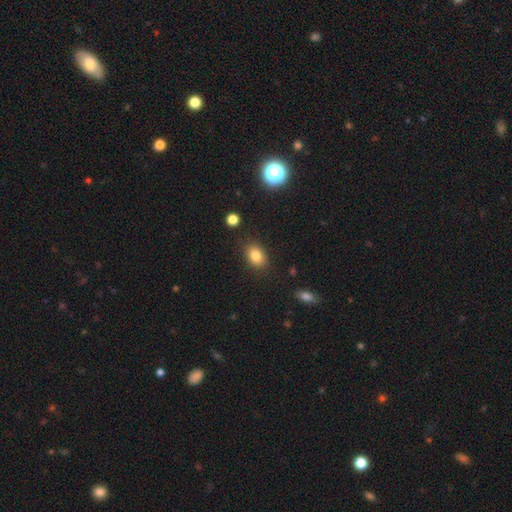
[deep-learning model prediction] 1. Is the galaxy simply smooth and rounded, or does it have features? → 82% smooth, 11% star or artifact, 7% featured or disk.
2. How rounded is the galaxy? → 75% in between, 24% round, 1% cigar-shaped.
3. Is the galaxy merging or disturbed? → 85% none, 10% minor disturbance, 3% major disturbance, 2% merger.